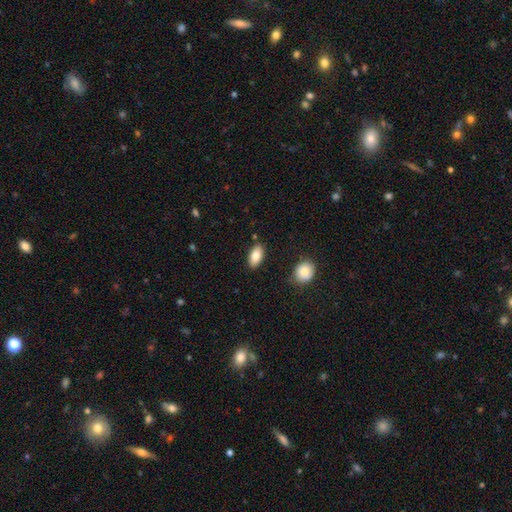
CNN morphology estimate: A smooth galaxy with no disk features (83%) that is in between round and cigar-shaped (92%). Merging: none (86%).